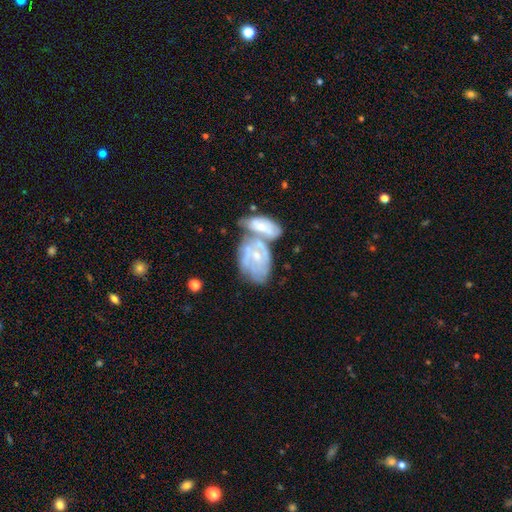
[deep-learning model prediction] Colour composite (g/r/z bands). It shows a featured or disk galaxy (66%) with no bar (75%), spiral arms (63%) and a small central bulge (60%). Merging: merger (58%).